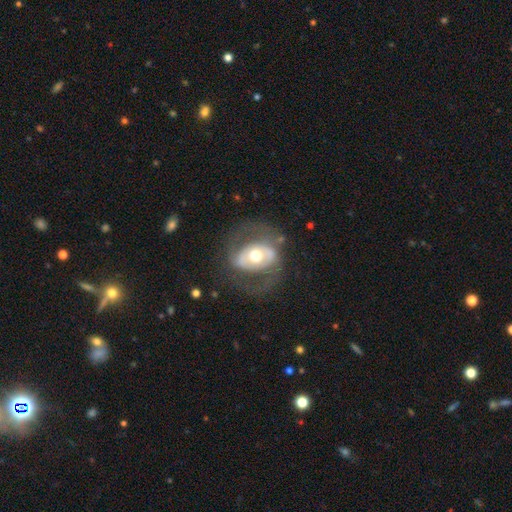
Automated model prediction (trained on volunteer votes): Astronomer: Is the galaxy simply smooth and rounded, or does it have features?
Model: featured or disk — 69%.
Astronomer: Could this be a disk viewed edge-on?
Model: no — 95%.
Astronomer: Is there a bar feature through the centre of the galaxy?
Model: no — 59%.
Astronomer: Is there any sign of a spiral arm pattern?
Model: yes — 55% (runner-up: no, 45%).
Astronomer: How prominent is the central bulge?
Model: moderate — 69%.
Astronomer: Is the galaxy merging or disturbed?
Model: none — 61%.